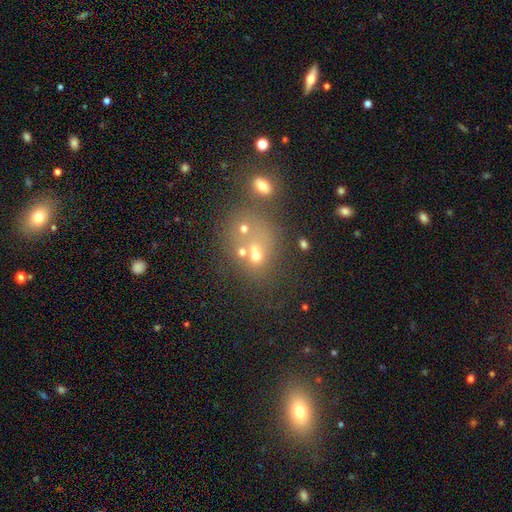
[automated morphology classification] A smooth galaxy with no disk features (48%). Merging: none (41%).